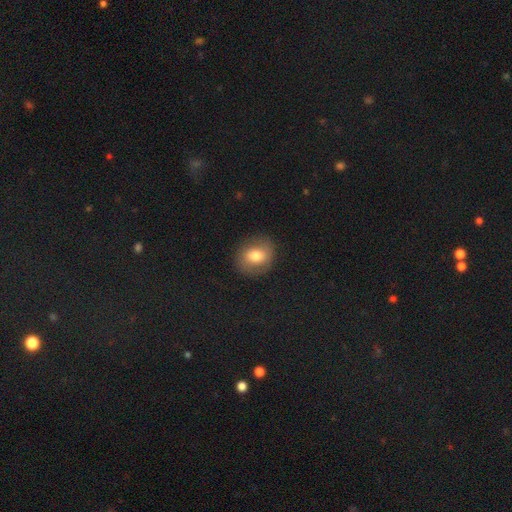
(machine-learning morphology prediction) Smooth or featured?
  - smooth: 69% *
  - featured or disk: 22%
  - star or artifact: 9%
How rounded?
  - round: 62% *
  - in between: 36%
  - cigar-shaped: 1%
Merging?
  - none: 84% *
  - minor disturbance: 11%
  - major disturbance: 4%
  - merger: 1%